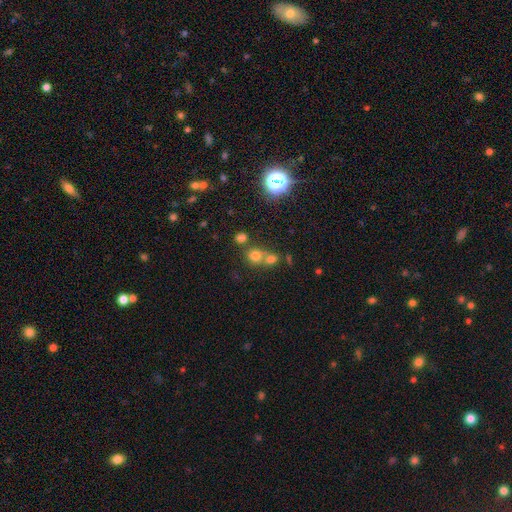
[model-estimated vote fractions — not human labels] Smooth or featured?
  - smooth: 68% *
  - star or artifact: 23%
  - featured or disk: 10%
How rounded?
  - round: 84% *
  - in between: 15%
  - cigar-shaped: 1%
Merging?
  - none: 48% *
  - merger: 41%
  - minor disturbance: 7%
  - major disturbance: 4%